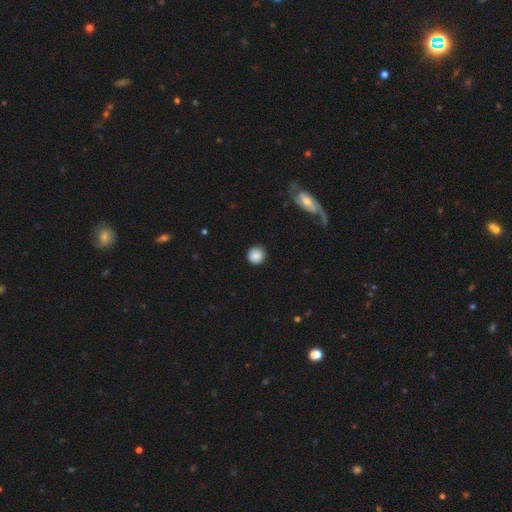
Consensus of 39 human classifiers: A smooth galaxy with no disk features (77%) that is round (90%). Merging: none (81%).